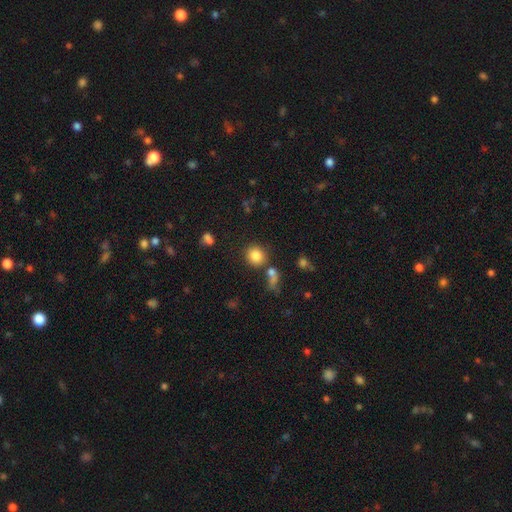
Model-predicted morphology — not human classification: Overall: smooth (83%). How rounded: round (84%). Merging: none (74%).